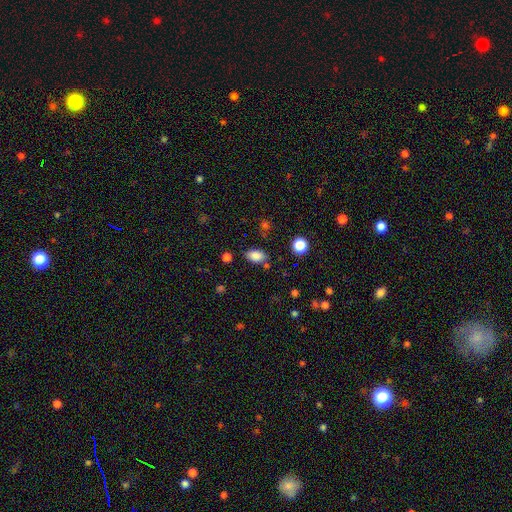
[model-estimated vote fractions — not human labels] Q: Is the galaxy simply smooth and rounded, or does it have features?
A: smooth — 84%.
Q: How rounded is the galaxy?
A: in between — 89%.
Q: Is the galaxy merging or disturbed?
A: none — 77%.